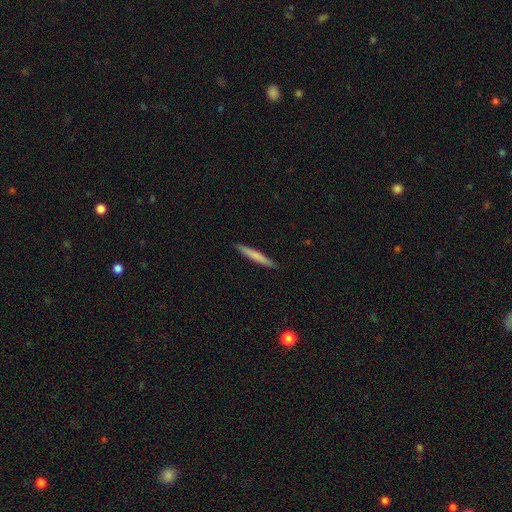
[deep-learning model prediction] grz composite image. It shows a smooth galaxy with no disk features (70%) that is cigar-shaped (96%). Merging: none (91%).